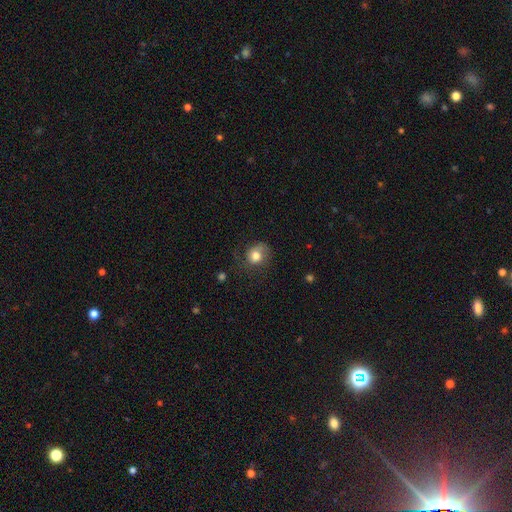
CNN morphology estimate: Smooth or featured?
  - smooth: 72% *
  - featured or disk: 19%
  - star or artifact: 9%
How rounded?
  - round: 71% *
  - in between: 28%
  - cigar-shaped: 1%
Merging?
  - none: 54% *
  - minor disturbance: 26%
  - major disturbance: 19%
  - merger: 2%